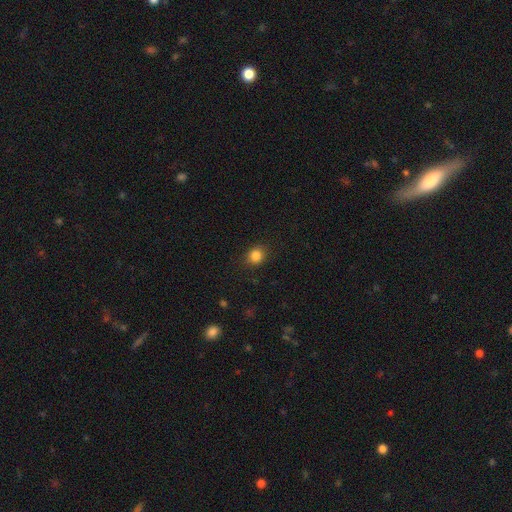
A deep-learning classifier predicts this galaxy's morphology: type=smooth (84%); roundness=round (76%); merging=none (87%).